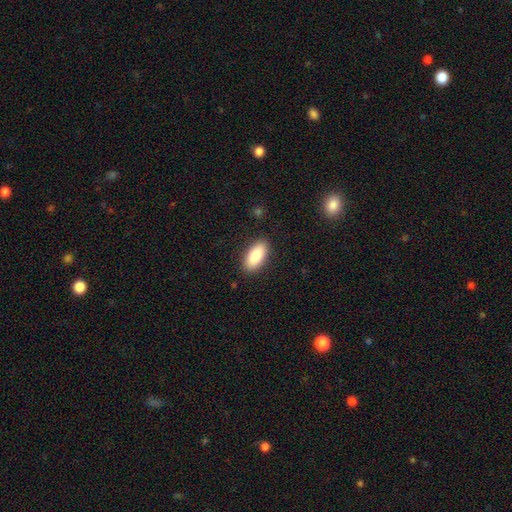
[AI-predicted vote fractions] A smooth galaxy with no disk features (88%) that is in between round and cigar-shaped (88%). Merging: none (89%).